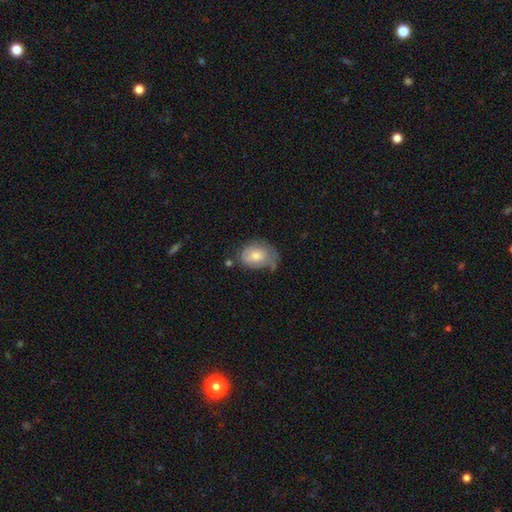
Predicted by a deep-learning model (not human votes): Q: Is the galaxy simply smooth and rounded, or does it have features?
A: smooth — 68%.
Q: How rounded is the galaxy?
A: in between — 73%.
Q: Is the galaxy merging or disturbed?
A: none — 44%.